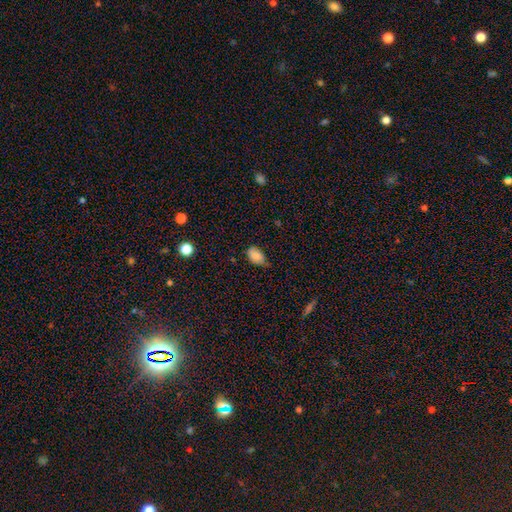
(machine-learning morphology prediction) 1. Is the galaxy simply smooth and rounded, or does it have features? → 81% smooth, 10% featured or disk, 9% star or artifact.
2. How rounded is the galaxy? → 85% in between, 13% round, 1% cigar-shaped.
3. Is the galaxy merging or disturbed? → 55% none, 37% minor disturbance, 6% major disturbance, 2% merger.